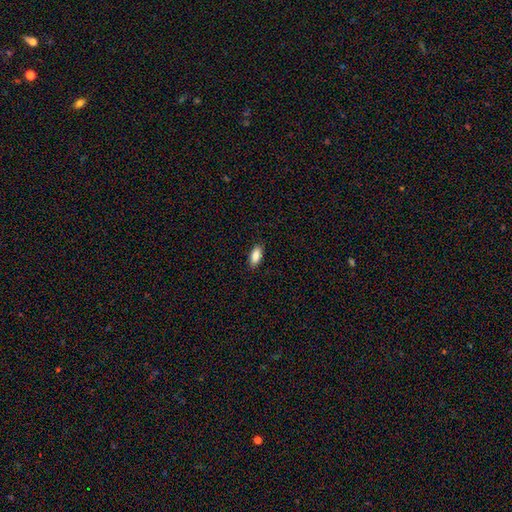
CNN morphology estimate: This is clearly a smooth galaxy (89%). How rounded: clearly in between (86%). Merging: clearly none (88%).